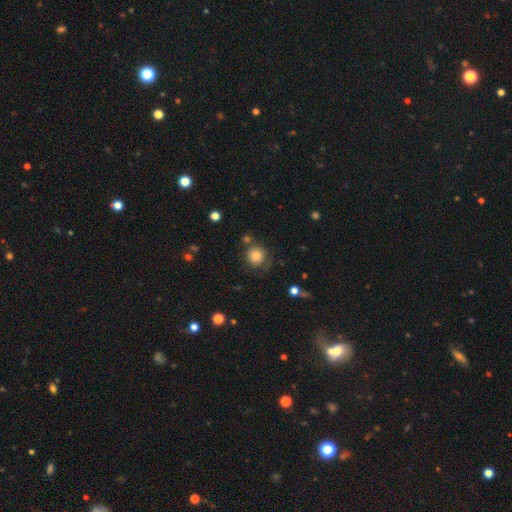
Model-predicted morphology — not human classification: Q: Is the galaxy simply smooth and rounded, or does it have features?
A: smooth — 83%.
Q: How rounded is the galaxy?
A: round — 91%.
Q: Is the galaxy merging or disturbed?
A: none — 77%.